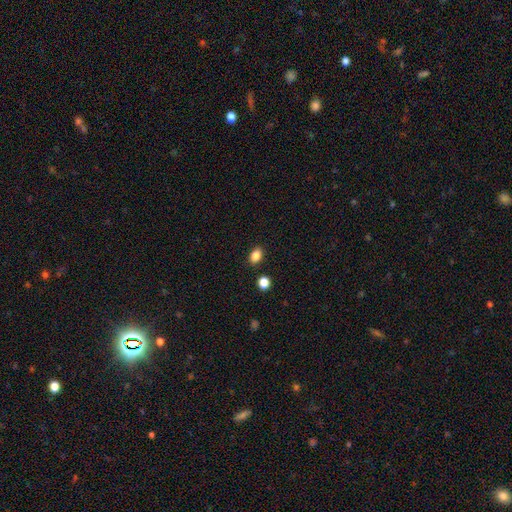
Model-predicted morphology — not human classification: The model was most divided on "how rounded": in between: 78%, round: 20%, cigar-shaped: 1%. More confident: smooth or featured — smooth (86%); merging — none (85%).